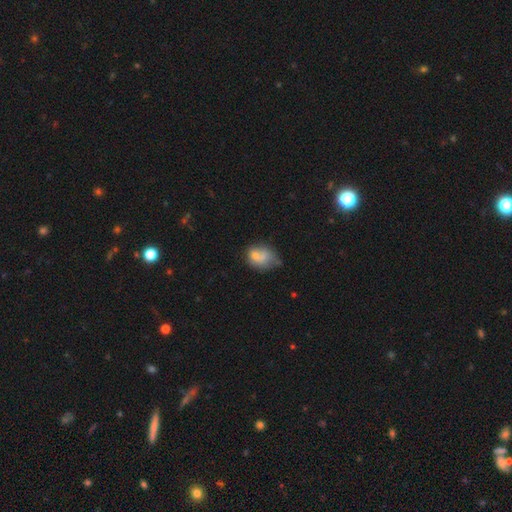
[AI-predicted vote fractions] Smooth or featured: smooth — 65% (featured or disk — 23%)
How rounded: in between — 59% (round — 39%)
Merging: merger — 34% (none — 30%)